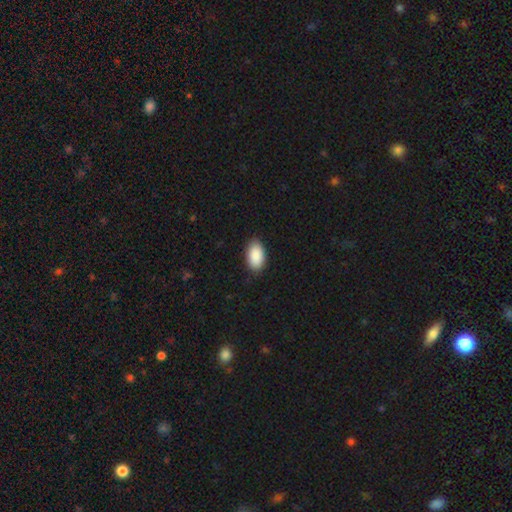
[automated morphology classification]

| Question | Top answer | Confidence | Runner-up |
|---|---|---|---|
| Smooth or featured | smooth | 90% | star or artifact (6%) |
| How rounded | in between | 95% | round (3%) |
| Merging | none | 87% | minor disturbance (11%) |